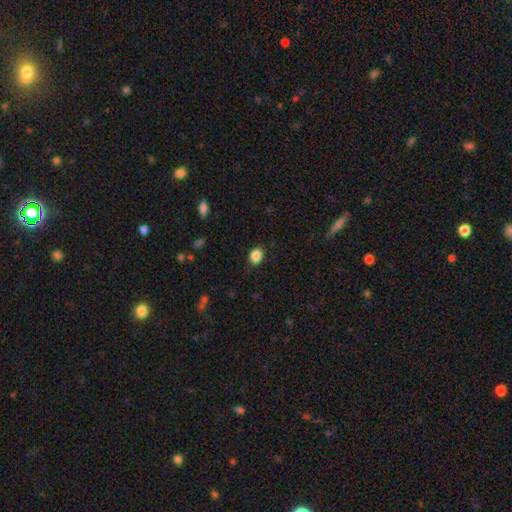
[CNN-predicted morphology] Smooth or featured: smooth — 86% (star or artifact — 9%)
How rounded: in between — 58% (round — 40%)
Merging: none — 83% (minor disturbance — 13%)